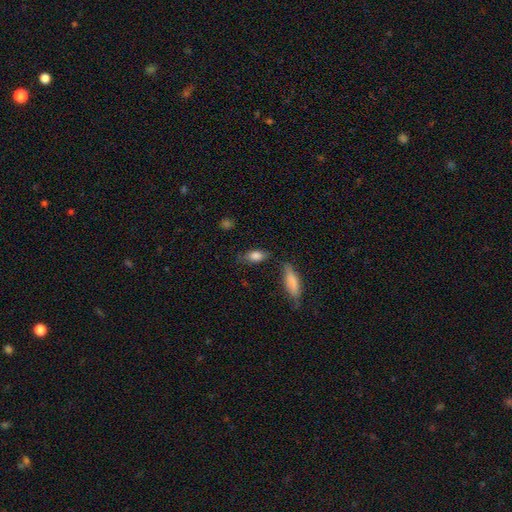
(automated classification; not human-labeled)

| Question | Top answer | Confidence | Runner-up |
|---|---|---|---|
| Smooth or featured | smooth | 81% | featured or disk (11%) |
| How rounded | in between | 81% | cigar-shaped (14%) |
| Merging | none | 69% | minor disturbance (19%) |